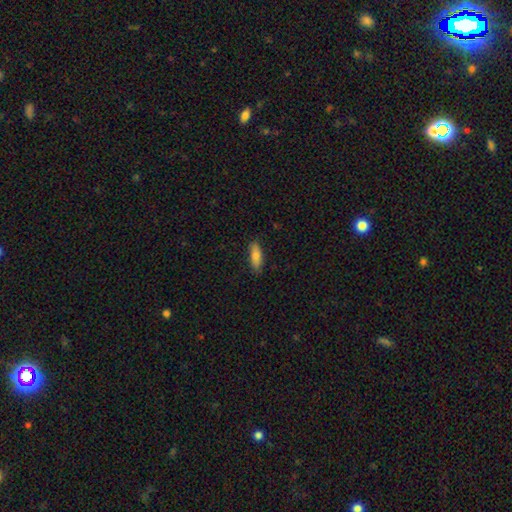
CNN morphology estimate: Smooth or featured? smooth (83%)
How rounded? in between (58%)
Merging? none (84%)